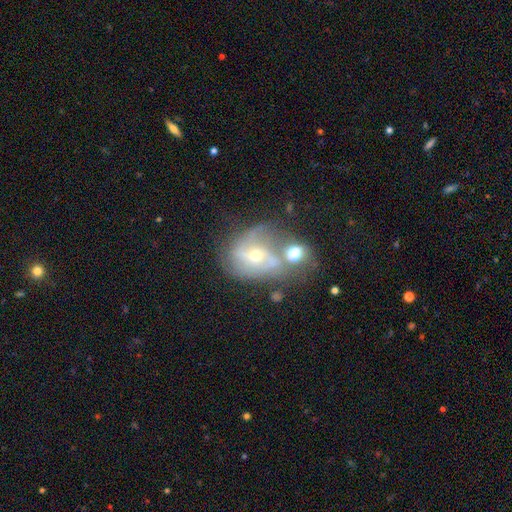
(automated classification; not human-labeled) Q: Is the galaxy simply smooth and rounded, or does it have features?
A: featured or disk — 66%.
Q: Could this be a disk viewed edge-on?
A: no — 96%.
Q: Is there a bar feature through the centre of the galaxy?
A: no — 48%.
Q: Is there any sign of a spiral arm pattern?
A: yes — 76%.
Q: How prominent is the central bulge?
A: moderate — 53%.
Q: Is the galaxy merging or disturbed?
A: merger — 49%.